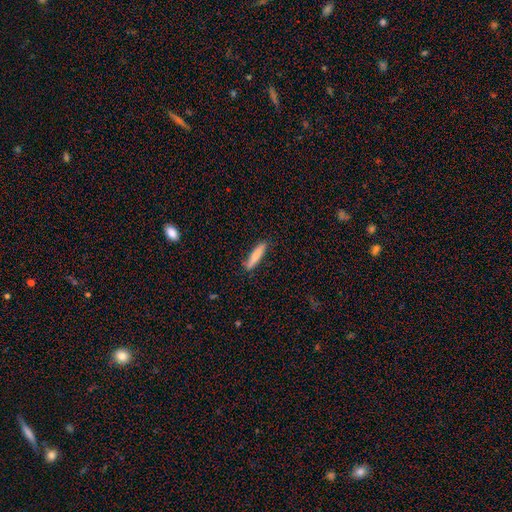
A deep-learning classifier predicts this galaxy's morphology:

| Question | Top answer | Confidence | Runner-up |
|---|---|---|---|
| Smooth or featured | smooth | 78% | featured or disk (16%) |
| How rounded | cigar-shaped | 86% | in between (12%) |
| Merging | none | 82% | minor disturbance (14%) |